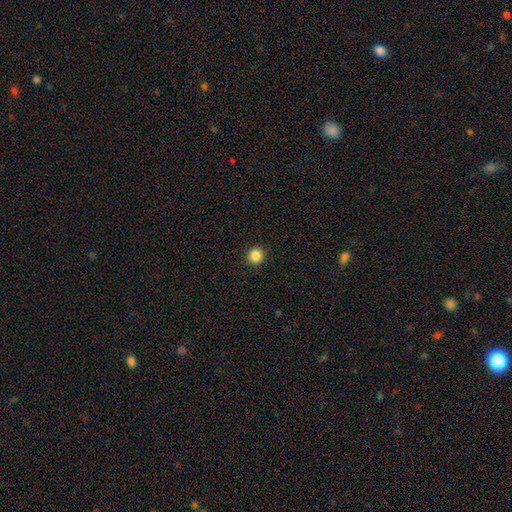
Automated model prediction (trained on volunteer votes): A smooth galaxy with no disk features (85%) that is round (93%).

Vote fractions:
- Smooth or featured? smooth: 85% / star or artifact: 11% / featured or disk: 4%
- How rounded? round: 93% / in between: 6% / cigar-shaped: 1%
- Merging? none: 92% / minor disturbance: 5% / major disturbance: 2% / merger: 1%